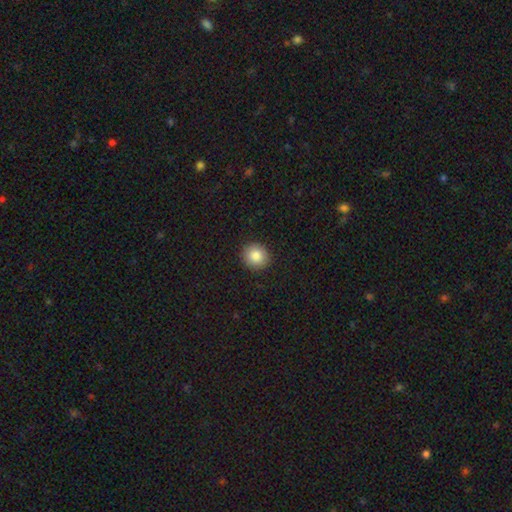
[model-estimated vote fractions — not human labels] Overall: smooth (86%). How rounded: round (91%). Merging: none (92%).